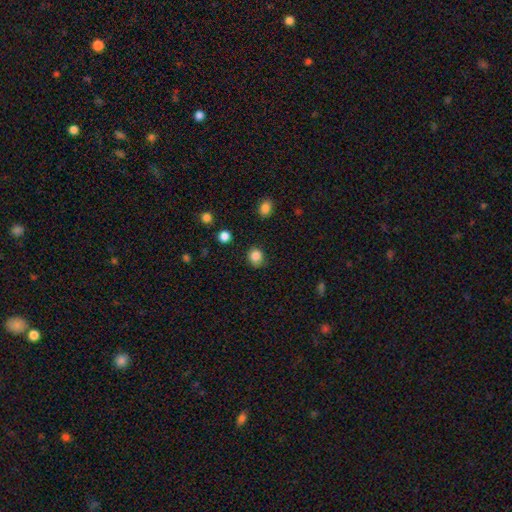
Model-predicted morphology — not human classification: Smooth or featured: smooth — 85% (star or artifact — 11%)
How rounded: round — 78% (in between — 21%)
Merging: none — 82% (minor disturbance — 13%)